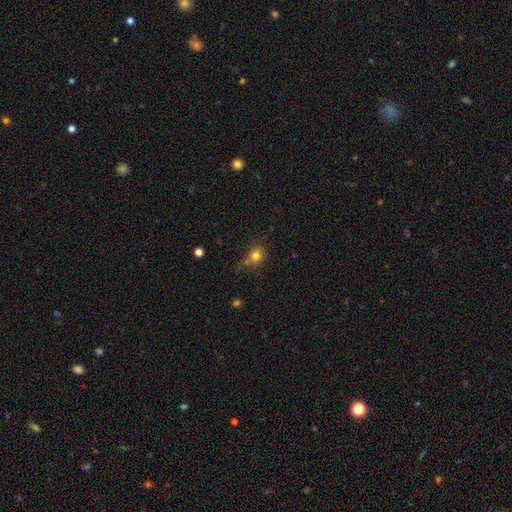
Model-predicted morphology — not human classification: smooth_or_featured: smooth (p=0.80) [alt: star or artifact p=0.13]
how_rounded: round (p=0.83) [alt: in between p=0.16]
merging: none (p=0.59) [alt: minor disturbance p=0.19]